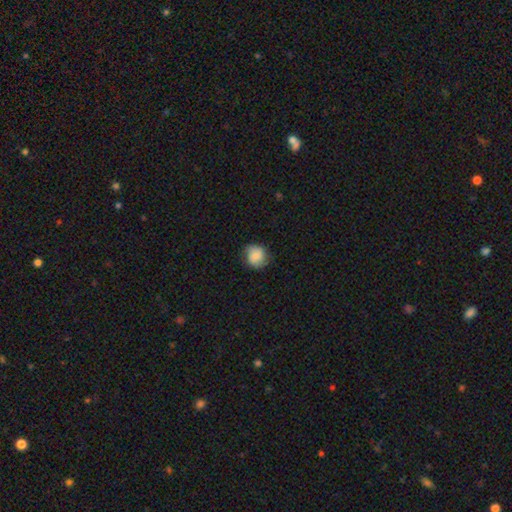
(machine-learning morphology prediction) A smooth galaxy with no disk features (75%) that is round (81%).

Vote fractions:
- Smooth or featured? smooth: 75% / featured or disk: 17% / star or artifact: 8%
- How rounded? round: 81% / in between: 18% / cigar-shaped: 1%
- Merging? none: 75% / minor disturbance: 19% / major disturbance: 5% / merger: 1%